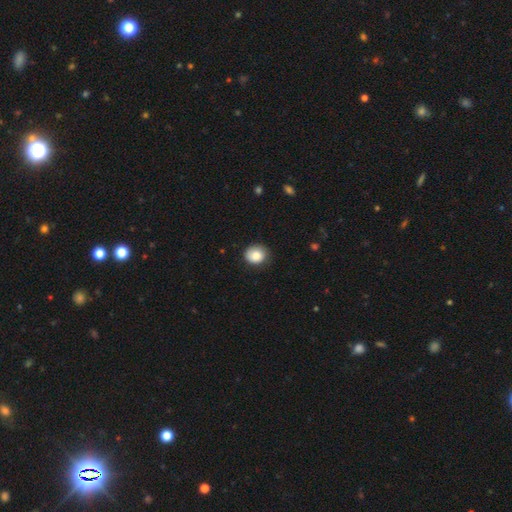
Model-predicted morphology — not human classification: A smooth galaxy with no disk features (84%) that is round (69%).

Vote fractions:
- Smooth or featured? smooth: 84% / star or artifact: 8% / featured or disk: 8%
- How rounded? round: 69% / in between: 30% / cigar-shaped: 1%
- Merging? none: 77% / minor disturbance: 18% / major disturbance: 4% / merger: 1%